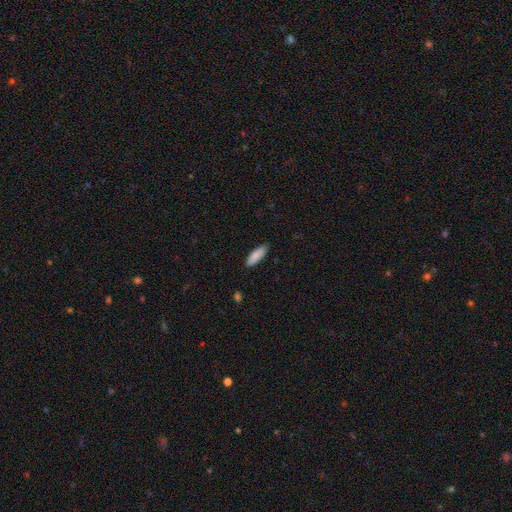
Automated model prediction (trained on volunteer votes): Smooth or featured? smooth (88%)
How rounded? in between (56%)
Merging? none (86%)